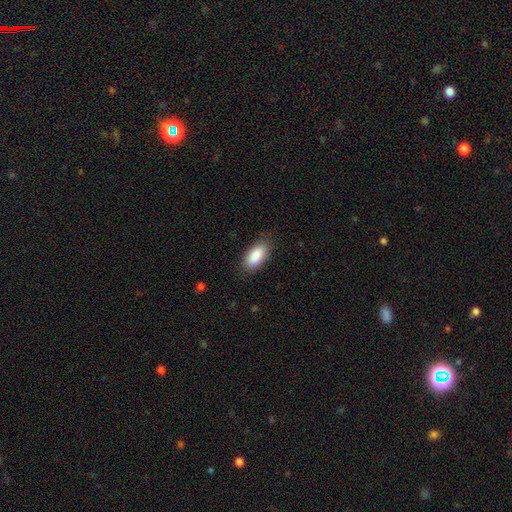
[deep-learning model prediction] This appears to be a smooth galaxy with no disk features (88%) that is in between round and cigar-shaped (91%). Merging: none (83%).